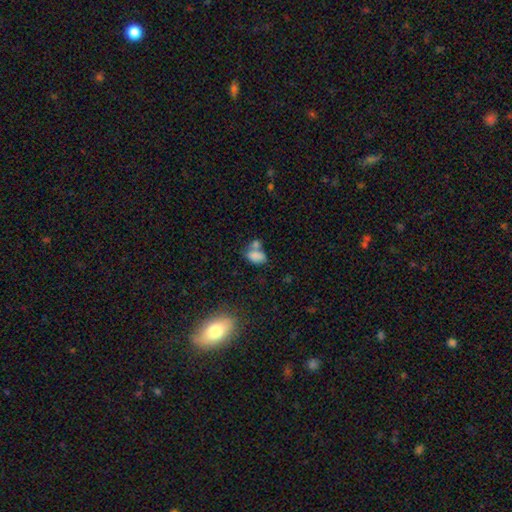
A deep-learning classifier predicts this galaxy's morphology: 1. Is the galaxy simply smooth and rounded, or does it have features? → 80% smooth, 10% star or artifact, 9% featured or disk.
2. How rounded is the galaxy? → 86% in between, 12% round, 2% cigar-shaped.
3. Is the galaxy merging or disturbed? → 43% merger, 35% none, 15% minor disturbance, 7% major disturbance.